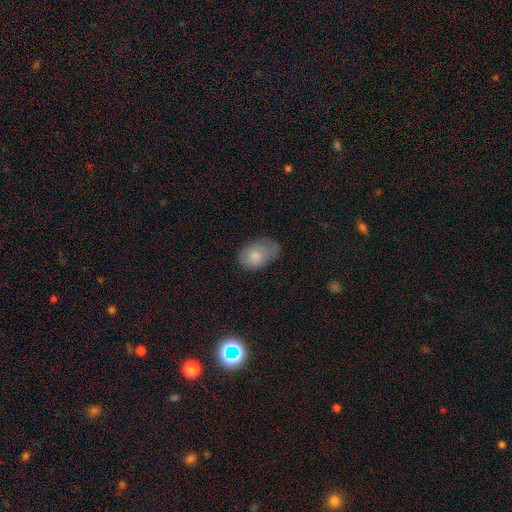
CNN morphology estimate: Smooth or featured? smooth (81%)
How rounded? in between (86%)
Merging? none (46%)